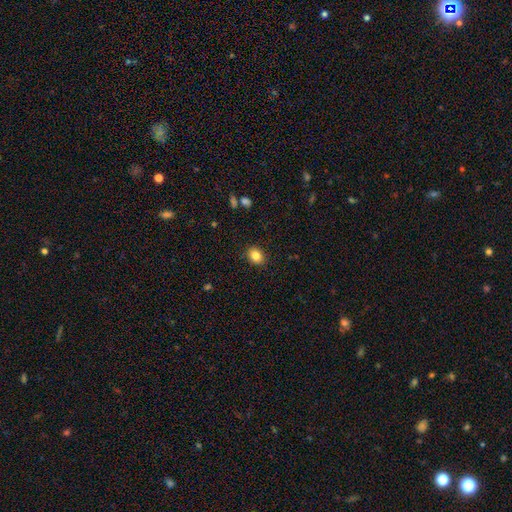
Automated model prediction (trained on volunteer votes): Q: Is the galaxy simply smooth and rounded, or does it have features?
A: smooth — 84%.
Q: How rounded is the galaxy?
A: in between — 54%.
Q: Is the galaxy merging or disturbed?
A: none — 89%.